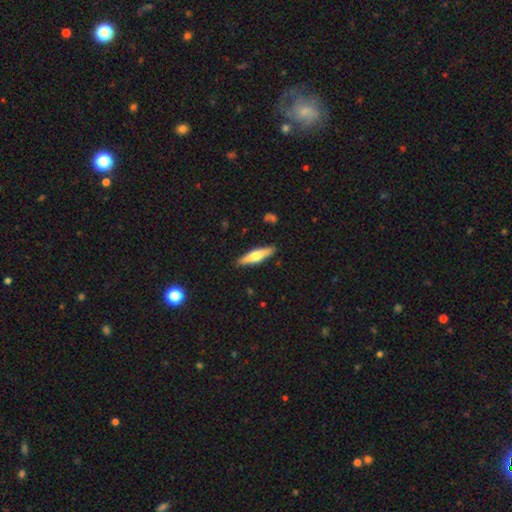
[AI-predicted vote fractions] Morphology: type=smooth (50%); merging=none (89%).